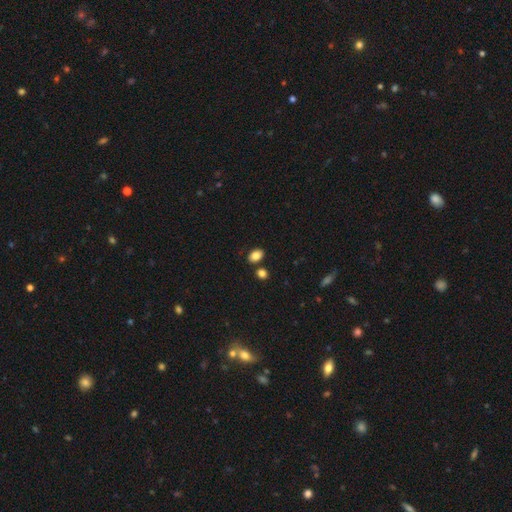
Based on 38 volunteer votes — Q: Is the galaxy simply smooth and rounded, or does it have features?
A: smooth — 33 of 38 (87%).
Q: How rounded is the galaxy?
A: in between — 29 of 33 (88%).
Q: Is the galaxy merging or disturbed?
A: none — 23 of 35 (66%).